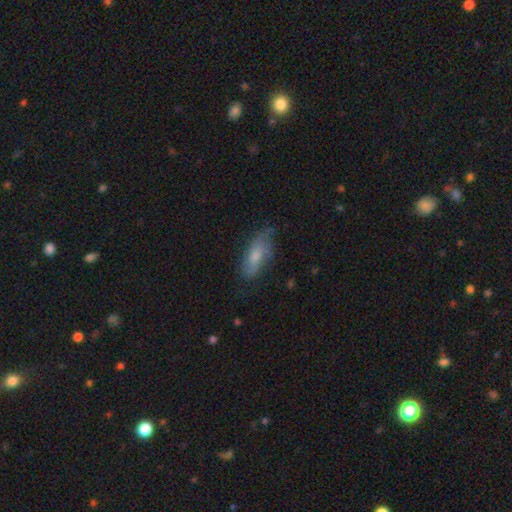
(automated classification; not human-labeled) Smooth or featured? Predicted: smooth (p=0.61). How rounded? Predicted: in between (p=0.74). Merging? Predicted: none (p=0.60).